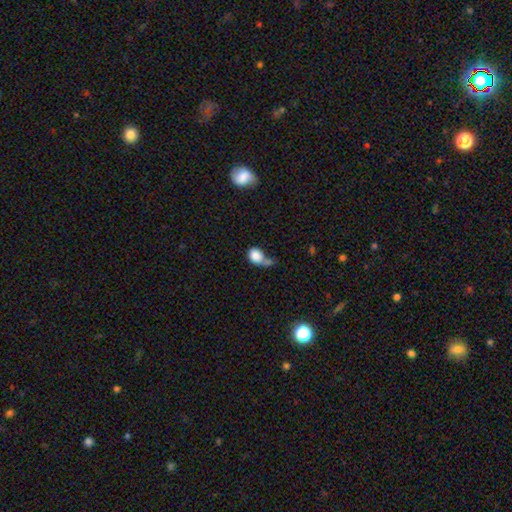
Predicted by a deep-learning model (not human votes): A smooth galaxy with no disk features (82%) that is round (52%). Merging: merger (33%).